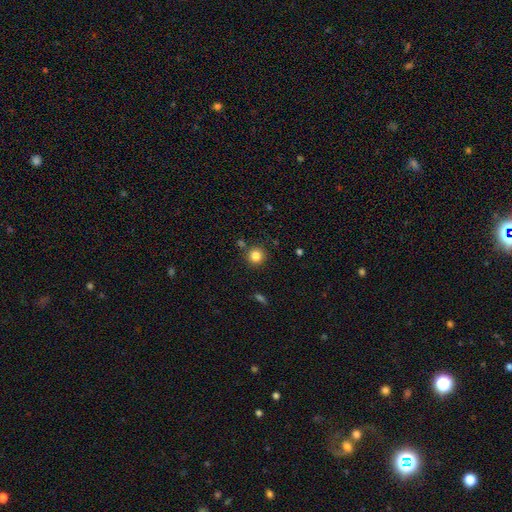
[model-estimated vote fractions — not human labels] This is clearly a smooth galaxy (83%). How rounded: clearly round (92%). Merging: clearly none (84%).